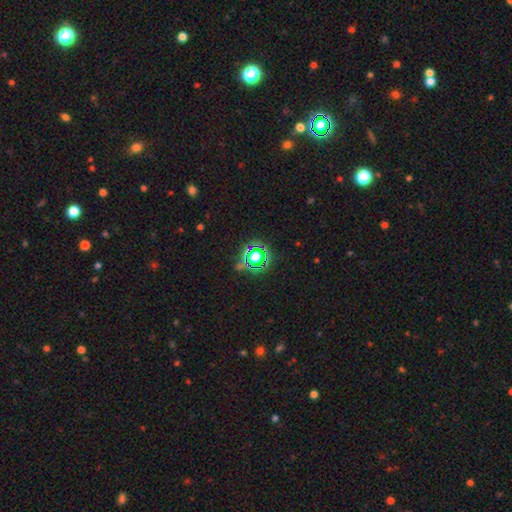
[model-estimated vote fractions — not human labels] Smooth or featured: star or artifact — 55% (smooth — 35%)